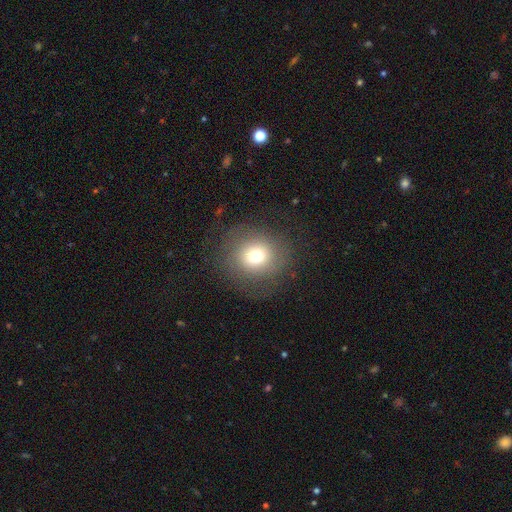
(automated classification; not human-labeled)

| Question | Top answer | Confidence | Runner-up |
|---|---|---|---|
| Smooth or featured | smooth | 70% | featured or disk (16%) |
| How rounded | round | 84% | in between (15%) |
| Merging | none | 77% | minor disturbance (12%) |